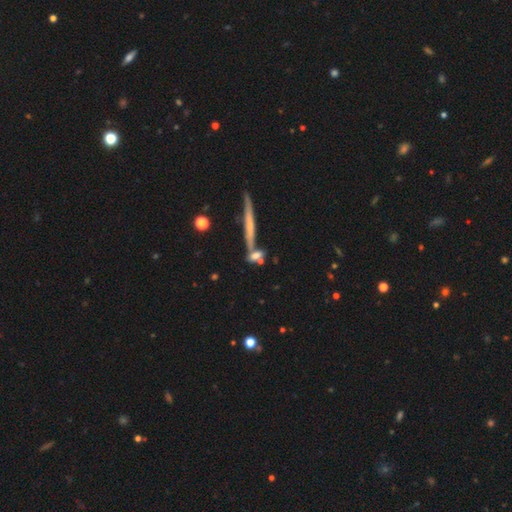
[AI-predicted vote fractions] Overall: smooth (60%; featured or disk 29%). How rounded: cigar-shaped (54%; in between 32%). Merging: none (51%; merger 30%).